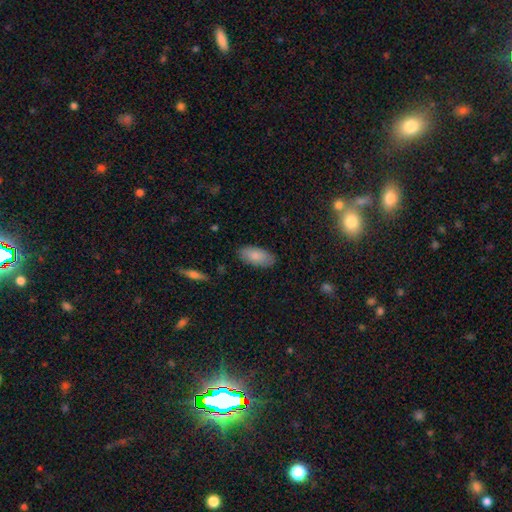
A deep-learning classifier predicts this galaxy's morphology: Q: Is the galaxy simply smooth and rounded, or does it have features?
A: smooth — 84%.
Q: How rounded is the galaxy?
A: in between — 93%.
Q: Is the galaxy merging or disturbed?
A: none — 85%.